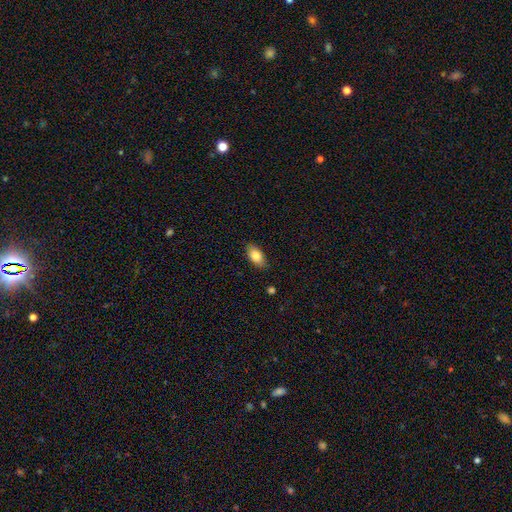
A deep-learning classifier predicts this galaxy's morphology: smooth 82%, featured or disk 11%, star or artifact 7%. Down the decision tree: how rounded — in between (92%); merging — none (86%).